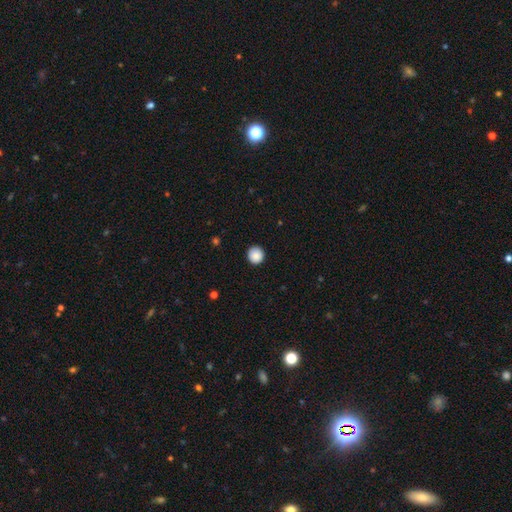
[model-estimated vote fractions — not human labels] smooth-or-featured: smooth: 88% | star or artifact: 8% | featured or disk: 3%
  how-rounded: round: 94% | in between: 5% | cigar-shaped: 1%
  merging: none: 92% | minor disturbance: 6% | major disturbance: 2% | merger: 1%